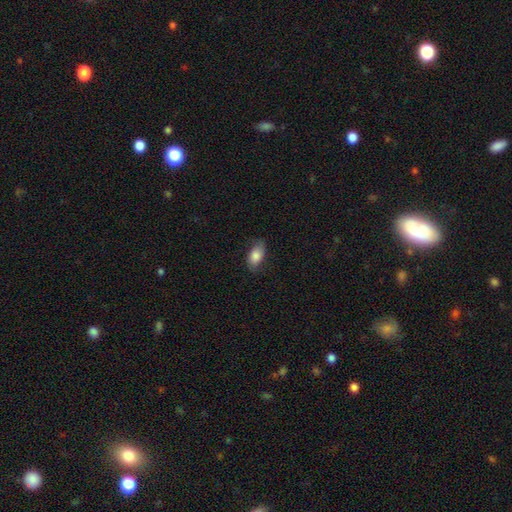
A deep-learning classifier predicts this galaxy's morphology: Q: Smooth or featured?
A: smooth (77%); runner-up: featured or disk (16%)
Q: How rounded?
A: in between (91%); runner-up: round (5%)
Q: Merging?
A: none (73%); runner-up: minor disturbance (20%)